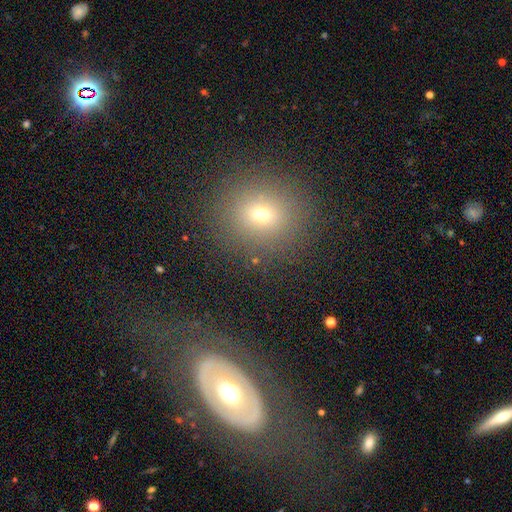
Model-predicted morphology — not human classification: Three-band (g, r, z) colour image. It shows a smooth galaxy with no disk features (58%) that is round (68%). Merging: none (79%).